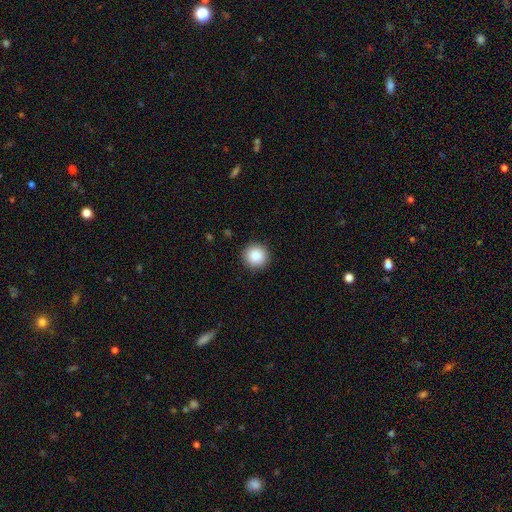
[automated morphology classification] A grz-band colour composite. It shows a smooth galaxy with no disk features (89%) that is round (95%). Merging: none (92%).